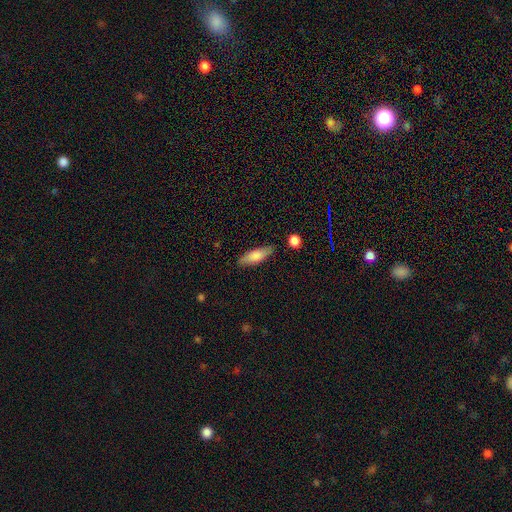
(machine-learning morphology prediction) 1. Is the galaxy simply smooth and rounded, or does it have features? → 74% smooth, 19% featured or disk, 7% star or artifact.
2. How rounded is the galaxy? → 54% in between, 43% cigar-shaped, 2% round.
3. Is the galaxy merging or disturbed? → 82% none, 13% minor disturbance, 3% merger, 3% major disturbance.